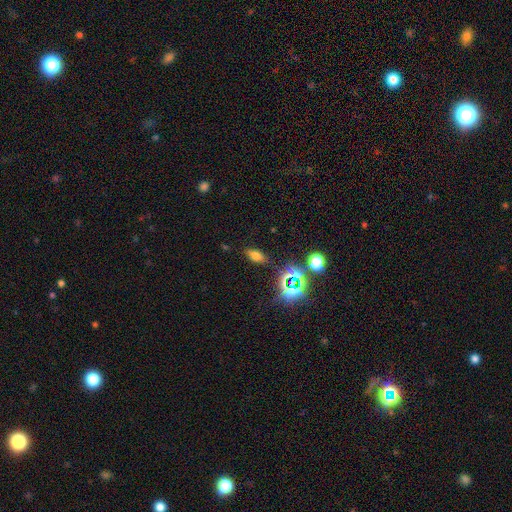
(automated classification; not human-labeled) Smooth or featured? Predicted: smooth (p=0.62). How rounded? Predicted: in between (p=0.78). Merging? Predicted: none (p=0.83).